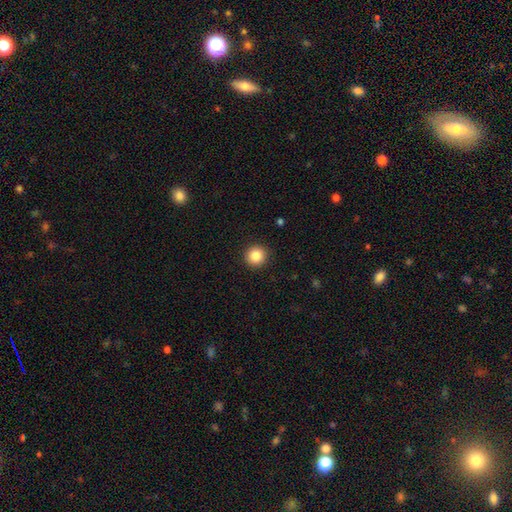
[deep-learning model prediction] This appears to be a smooth galaxy with no disk features (85%) that is round (94%). Merging: none (92%).